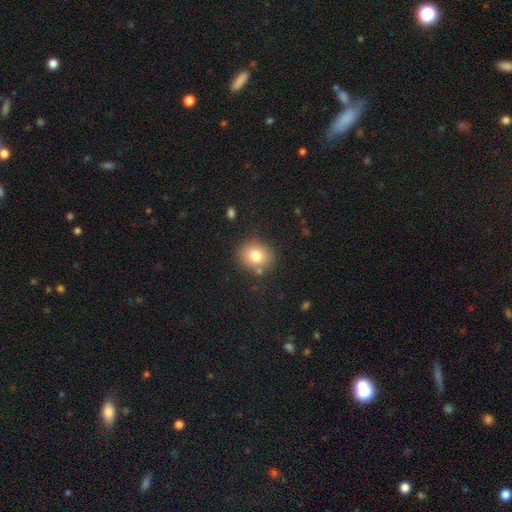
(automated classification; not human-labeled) This is likely a smooth galaxy (77%). How rounded: likely round (76%). Merging: clearly none (83%).